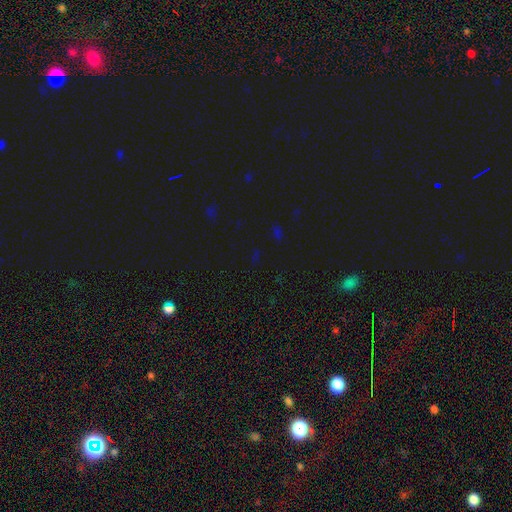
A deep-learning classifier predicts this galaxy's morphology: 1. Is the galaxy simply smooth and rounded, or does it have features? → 73% star or artifact, 19% smooth, 8% featured or disk.